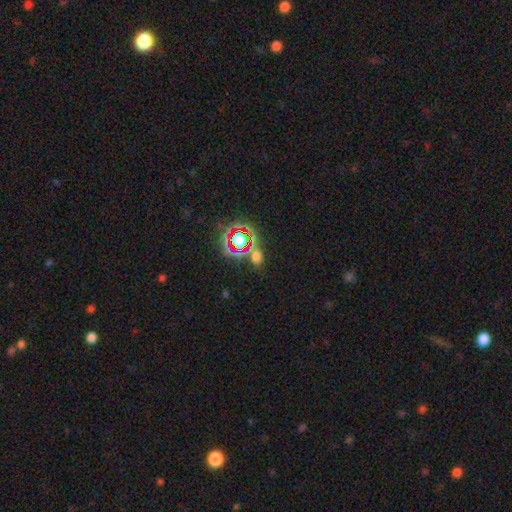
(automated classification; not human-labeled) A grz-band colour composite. It shows a smooth galaxy with no disk features (49%). Merging: none (67%).